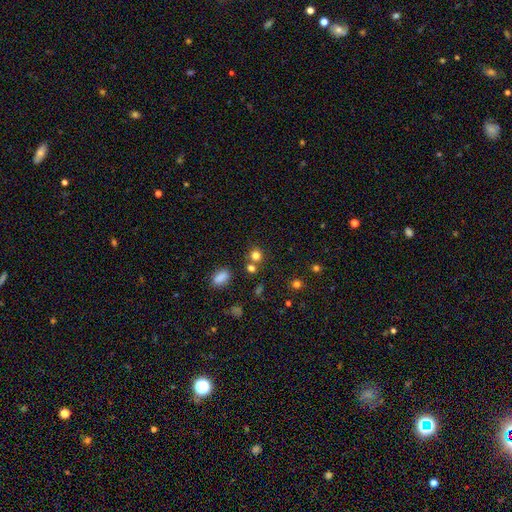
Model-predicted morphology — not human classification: This appears to be a smooth galaxy with no disk features (77%) that is round (85%). Merging: none (69%).